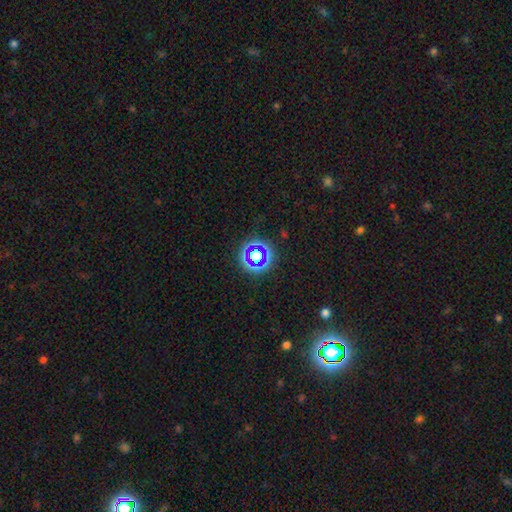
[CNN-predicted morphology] This is possibly a star or artifact rather than a galaxy (54%).